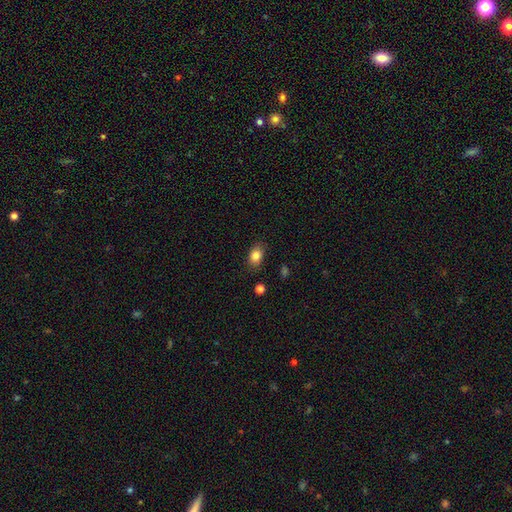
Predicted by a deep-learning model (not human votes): This appears to be a smooth galaxy with no disk features (84%) that is in between round and cigar-shaped (78%). Merging: none (85%).